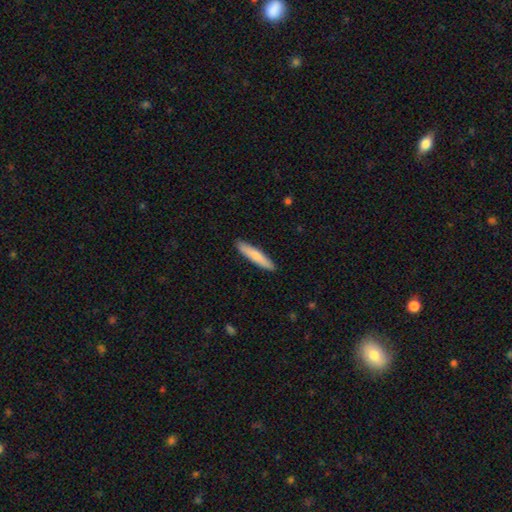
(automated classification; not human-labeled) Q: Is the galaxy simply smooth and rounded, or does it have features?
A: smooth — 77%.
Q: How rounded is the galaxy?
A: cigar-shaped — 89%.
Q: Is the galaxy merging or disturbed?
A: none — 91%.